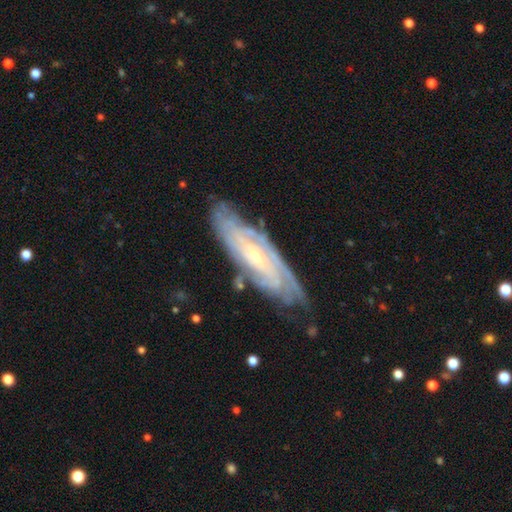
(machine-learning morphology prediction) Smooth or featured?
  - featured or disk: 85% *
  - smooth: 10%
  - star or artifact: 6%
Edge-on disk?
  - no: 82% *
  - yes: 18%
Bar?
  - no: 53% *
  - weak: 33%
  - strong: 14%
Spiral arms?
  - yes: 95% *
  - no: 5%
Spiral winding?
  - tight: 75% *
  - medium: 21%
  - loose: 4%
Spiral arm count?
  - can't tell: 45% *
  - 4: 16%
  - 2: 14%
  - 3: 13%
  - more than 4: 8%
  - 1: 5%
Bulge size?
  - small: 70% *
  - moderate: 26%
  - none: 1%
  - large: 1%
  - dominant: 1%
Merging?
  - none: 75% *
  - minor disturbance: 18%
  - major disturbance: 5%
  - merger: 2%